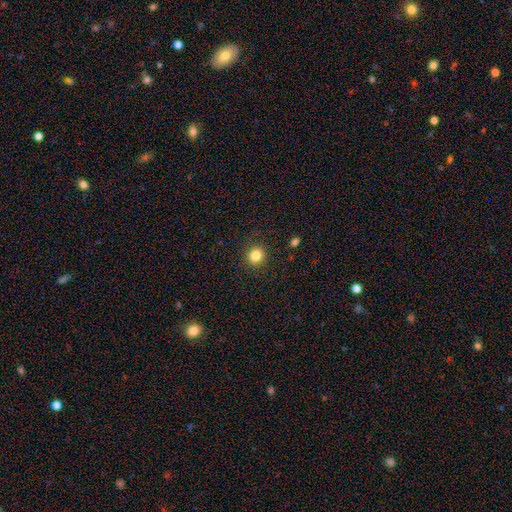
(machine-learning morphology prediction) A smooth galaxy with no disk features (83%) that is round (90%). Merging: none (91%).